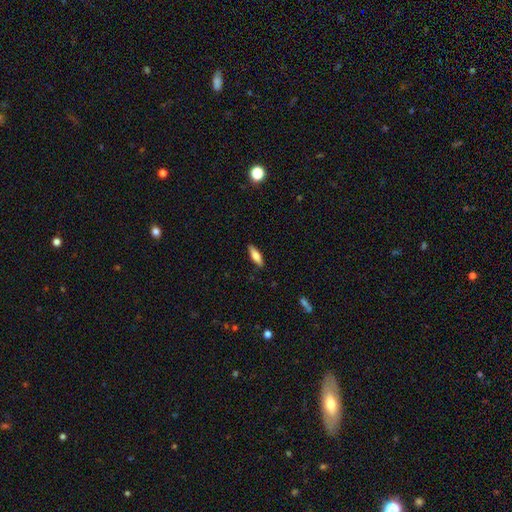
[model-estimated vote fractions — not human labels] smooth_or_featured: smooth (p=0.73) [alt: featured or disk p=0.20]
how_rounded: cigar-shaped (p=0.49) [tied with: in between p=0.49]
merging: none (p=0.88) [alt: minor disturbance p=0.09]